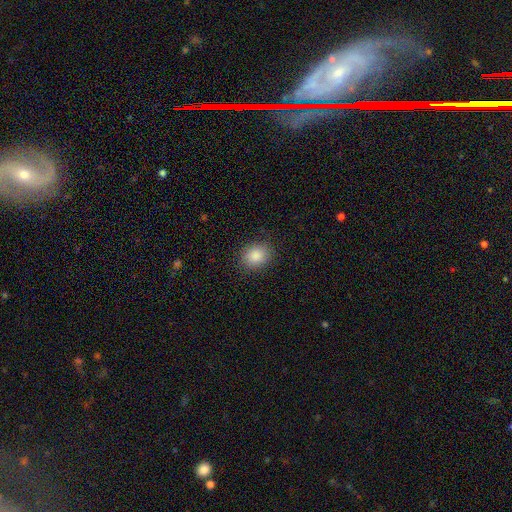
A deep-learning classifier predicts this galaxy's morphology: smooth-or-featured: smooth: 87% | star or artifact: 9% | featured or disk: 4%
  how-rounded: round: 58% | in between: 41% | cigar-shaped: 1%
  merging: none: 86% | minor disturbance: 10% | major disturbance: 3% | merger: 1%